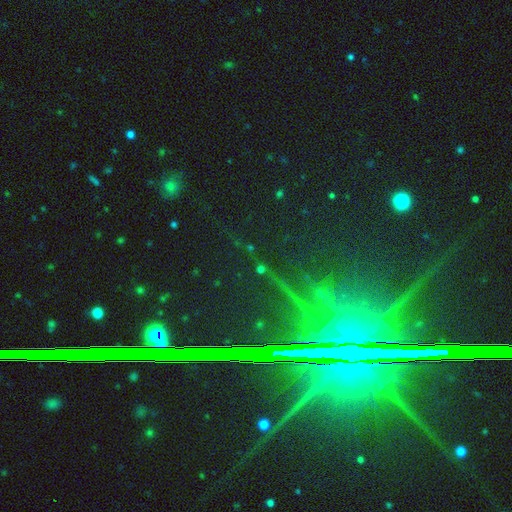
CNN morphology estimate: Overall: star or artifact (81%).